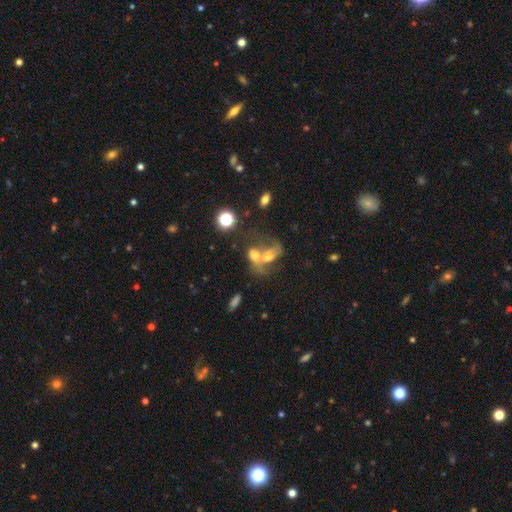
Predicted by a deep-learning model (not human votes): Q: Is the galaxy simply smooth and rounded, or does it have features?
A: smooth — 48%.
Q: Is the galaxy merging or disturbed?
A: merger — 70%.